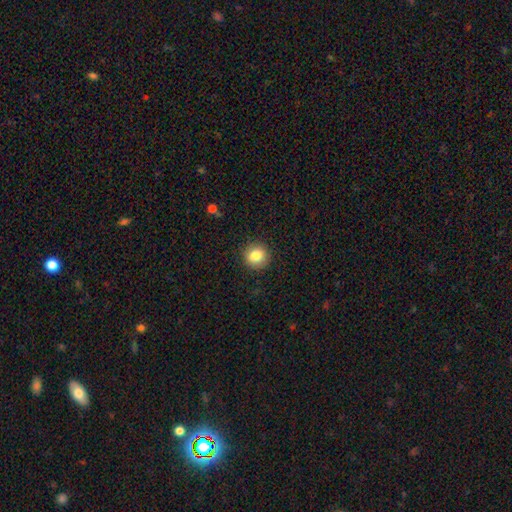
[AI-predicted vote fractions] Smooth or featured? Predicted: smooth (p=0.83). How rounded? Predicted: round (p=0.90). Merging? Predicted: none (p=0.91).